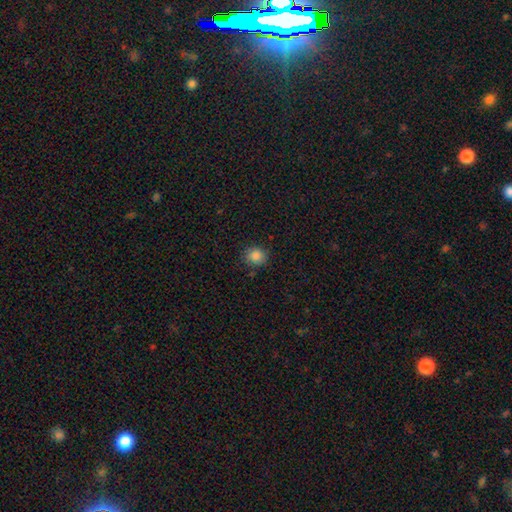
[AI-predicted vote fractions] This appears to be a smooth galaxy with no disk features (85%) that is round (84%). Merging: none (83%).